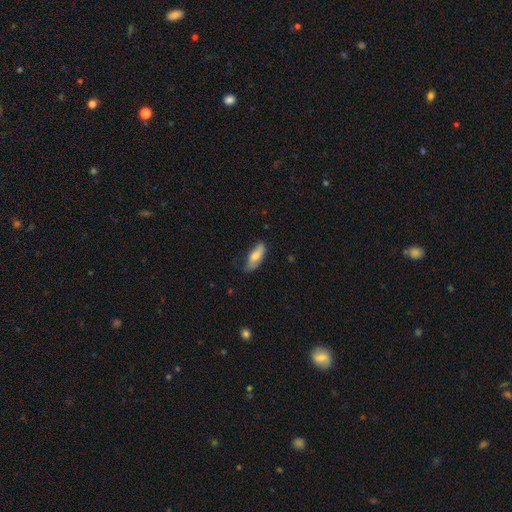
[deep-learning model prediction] This is likely a smooth galaxy (75%). How rounded: likely in between (73%). Merging: likely none (67%).